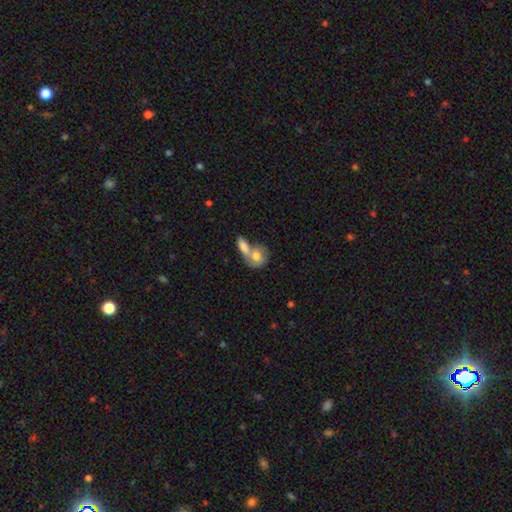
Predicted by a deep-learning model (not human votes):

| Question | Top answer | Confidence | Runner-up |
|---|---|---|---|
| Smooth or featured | smooth | 76% | featured or disk (18%) |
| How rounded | in between | 50% | round (47%) |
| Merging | merger | 63% | none (24%) |